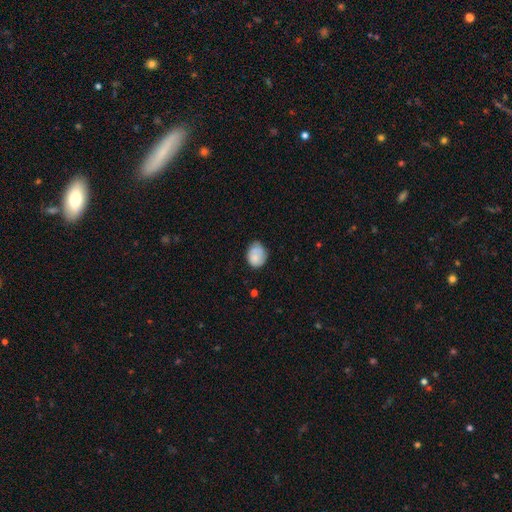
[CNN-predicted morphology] Overall: smooth (75%). How rounded: in between (54%; round 45%). Merging: none (63%; minor disturbance 27%).